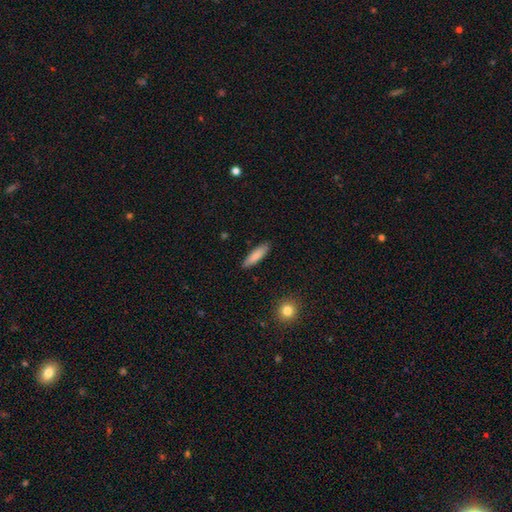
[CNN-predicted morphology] A smooth galaxy with no disk features (84%) that is cigar-shaped (68%).

Vote fractions:
- Smooth or featured? smooth: 84% / featured or disk: 10% / star or artifact: 6%
- How rounded? cigar-shaped: 68% / in between: 30% / round: 2%
- Merging? none: 87% / minor disturbance: 10% / major disturbance: 2% / merger: 1%